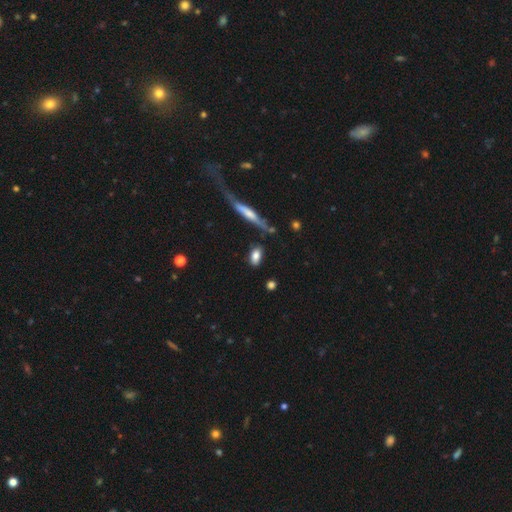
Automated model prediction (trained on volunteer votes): smooth 80%, featured or disk 13%, star or artifact 7%. Down the decision tree: how rounded — in between (83%); merging — none (75%).